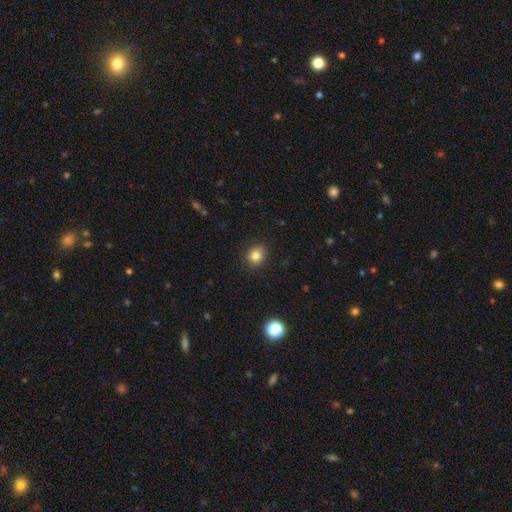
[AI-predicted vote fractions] smooth_or_featured: smooth (p=0.83) [alt: star or artifact p=0.11]
how_rounded: round (p=0.69) [alt: in between p=0.30]
merging: none (p=0.88) [alt: minor disturbance p=0.09]